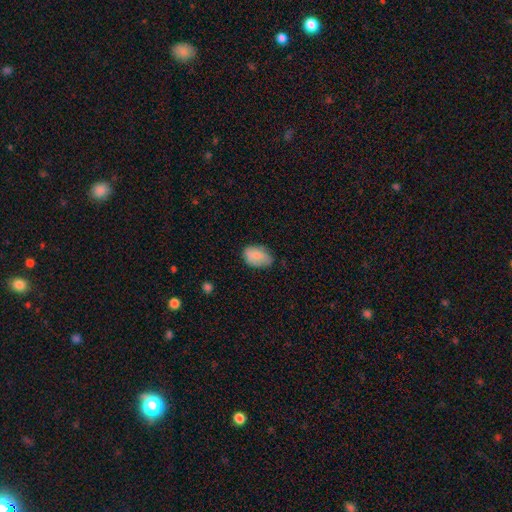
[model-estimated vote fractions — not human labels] A smooth galaxy with no disk features (83%) that is in between round and cigar-shaped (87%). Merging: none (61%).